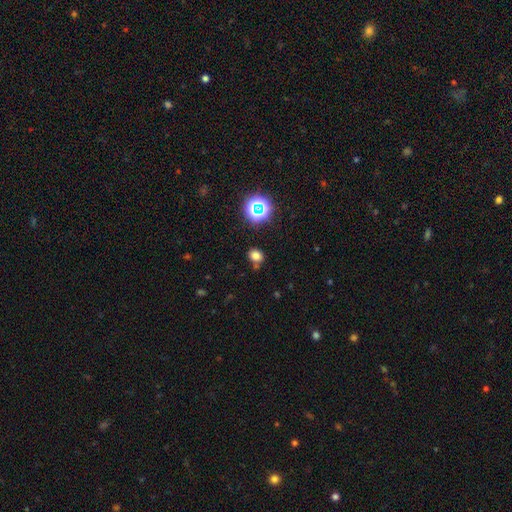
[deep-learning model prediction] Q: Smooth or featured?
A: smooth (72%); runner-up: star or artifact (21%)
Q: How rounded?
A: round (61%); runner-up: in between (38%)
Q: Merging?
A: none (75%); runner-up: minor disturbance (13%)